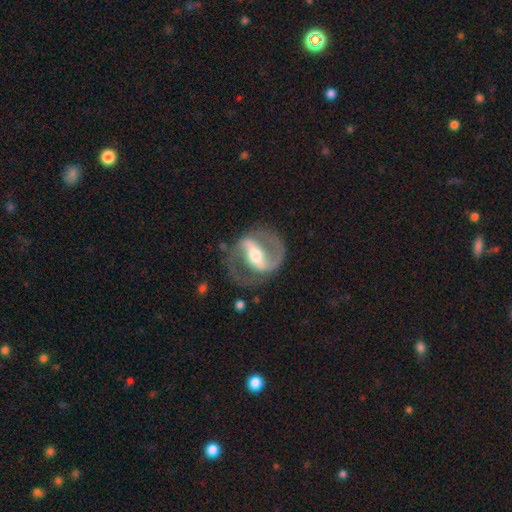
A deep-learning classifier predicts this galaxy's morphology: smooth_or_featured: featured or disk (p=0.89) [alt: smooth p=0.07]
disk_edge_on: no (p=0.96) [alt: yes p=0.04]
bar: strong (p=0.65) [alt: weak p=0.25]
has_spiral_arms: yes (p=0.93) [alt: no p=0.07]
spiral_winding: medium (p=0.56) [alt: tight p=0.23]
spiral_arm_count: 2 (p=0.90) [alt: 1 p=0.04]
bulge_size: moderate (p=0.64) [alt: small p=0.23]
merging: none (p=0.76) [alt: minor disturbance p=0.13]